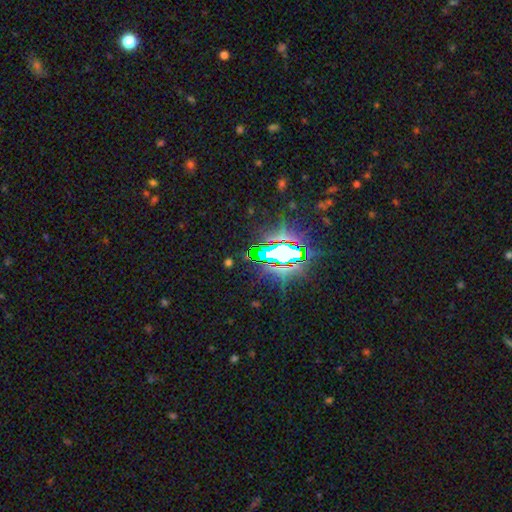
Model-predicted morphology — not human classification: This appears to be a star or artifact, not a galaxy (79%).